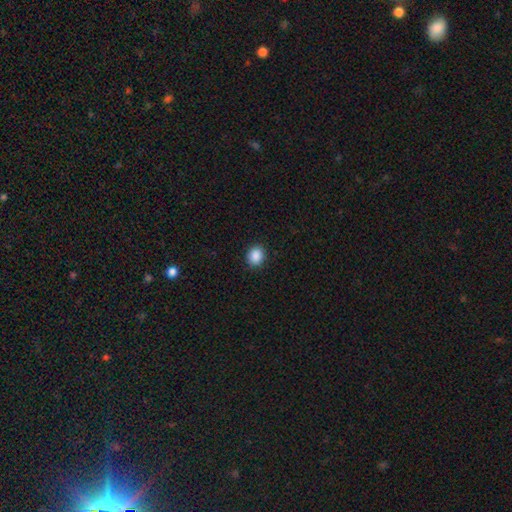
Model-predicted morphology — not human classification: smooth 89%, star or artifact 9%, featured or disk 3%. Down the decision tree: how rounded — round (70%); merging — none (90%).